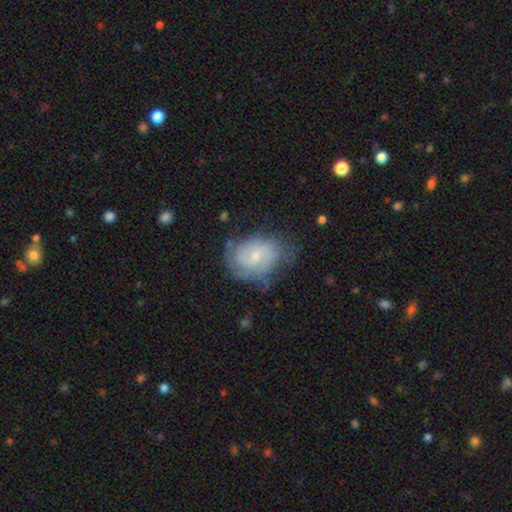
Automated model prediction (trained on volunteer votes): A featured or disk galaxy (67%) with no bar (62%), can't tell (38%, tied with 2) tight (57%) spiral arms (86%) and a small central bulge (64%).

Vote fractions:
- Smooth or featured? featured or disk: 67% / smooth: 26% / star or artifact: 7%
- Edge-on disk? no: 97% / yes: 3%
- Bar? no: 62% / weak: 34% / strong: 5%
- Spiral arms? yes: 86% / no: 14%
- Spiral winding? tight: 57% / medium: 32% / loose: 11%
- Spiral arm count? can't tell: 38% (tied) / 2: 38% (tied) / 3: 12% / 1: 6% / 4: 3% / more than 4: 3%
- Bulge size? small: 64% / moderate: 31% / none: 3% / large: 1% / dominant: 1%
- Merging? none: 59% / minor disturbance: 27% / major disturbance: 12% / merger: 2%